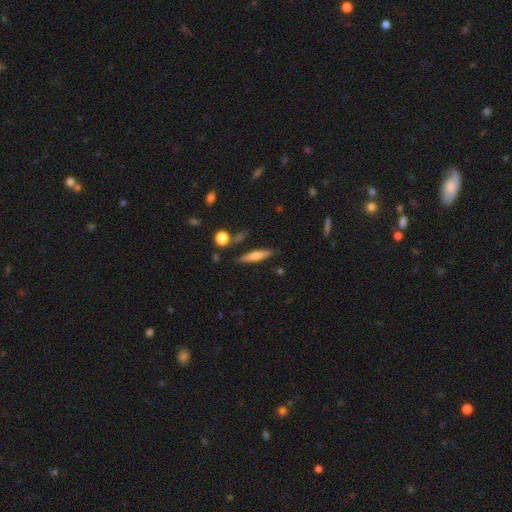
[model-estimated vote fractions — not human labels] Smooth or featured: smooth — 55% (featured or disk — 38%)
How rounded: cigar-shaped — 86% (in between — 12%)
Merging: none — 82% (minor disturbance — 11%)